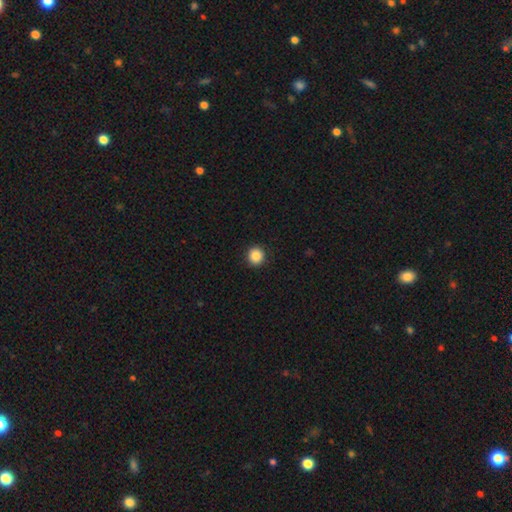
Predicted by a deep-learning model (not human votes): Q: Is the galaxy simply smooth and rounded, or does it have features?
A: smooth — 87%.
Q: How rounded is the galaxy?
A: round — 92%.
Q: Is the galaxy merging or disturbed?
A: none — 92%.